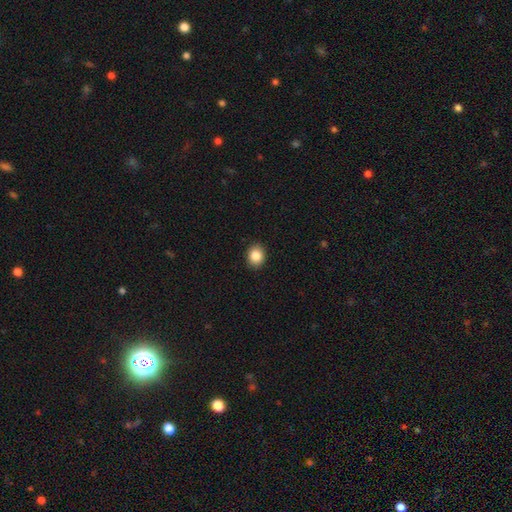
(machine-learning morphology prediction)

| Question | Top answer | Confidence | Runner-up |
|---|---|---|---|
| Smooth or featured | smooth | 86% | star or artifact (9%) |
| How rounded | round | 64% | in between (35%) |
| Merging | none | 91% | minor disturbance (6%) |